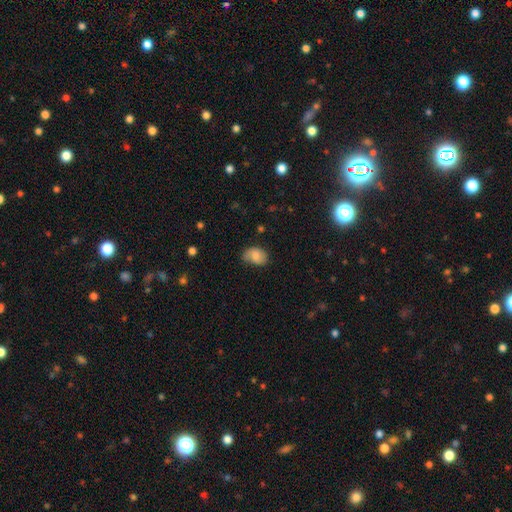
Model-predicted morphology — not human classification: Overall: smooth (75%). How rounded: in between (76%). Merging: none (60%; minor disturbance 31%).